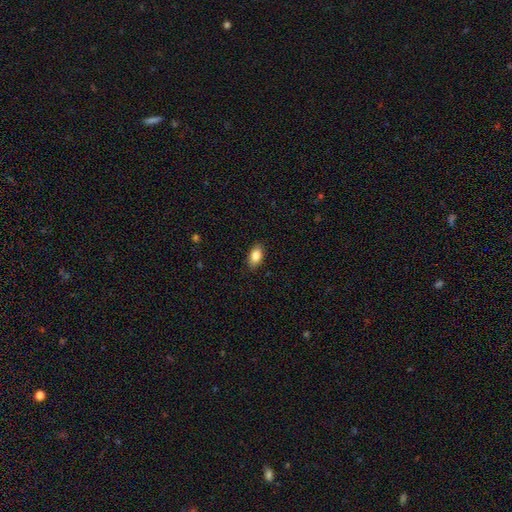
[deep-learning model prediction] Morphology: type=smooth (86%); roundness=in between (91%); merging=none (88%).